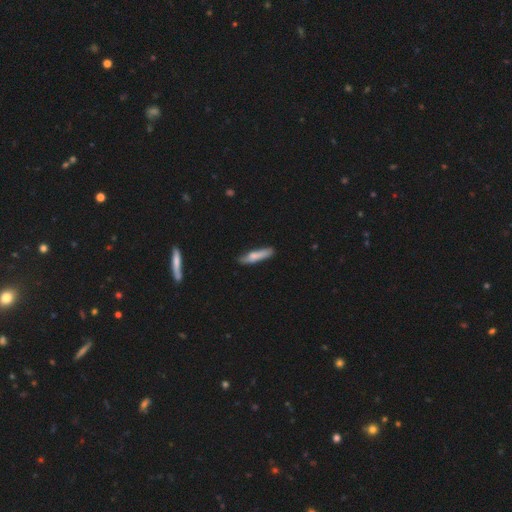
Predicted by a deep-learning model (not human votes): The model was most divided on "smooth or featured": smooth: 72%, featured or disk: 22%, star or artifact: 6%. More confident: how rounded — cigar-shaped (82%); merging — none (72%).